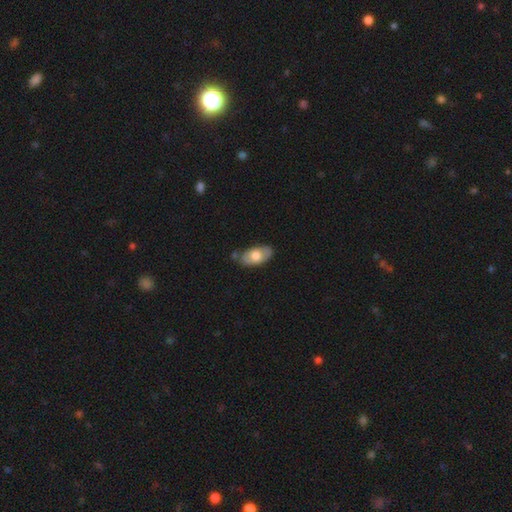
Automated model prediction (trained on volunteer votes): This appears to be a smooth galaxy with no disk features (64%) that is in between round and cigar-shaped (92%). Merging: none (69%).